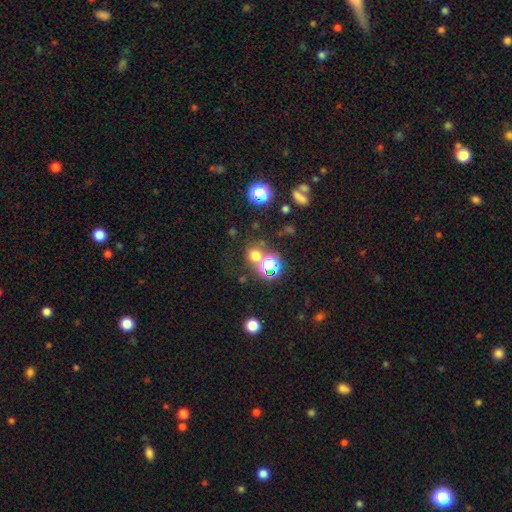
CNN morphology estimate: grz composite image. It shows a smooth galaxy with no disk features (61%) that is round (89%). Merging: none (67%).